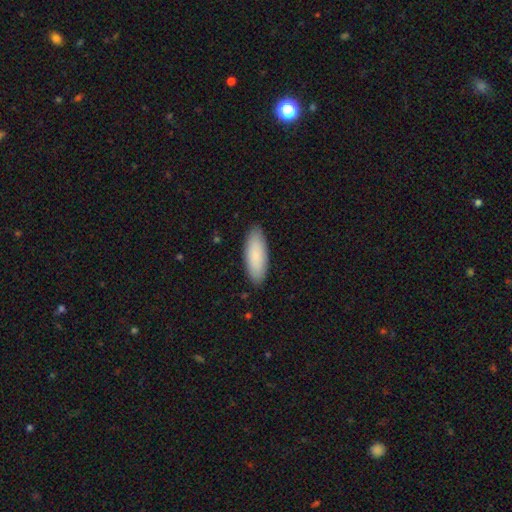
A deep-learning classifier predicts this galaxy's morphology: type=smooth (86%); roundness=in between (68%); merging=none (88%).